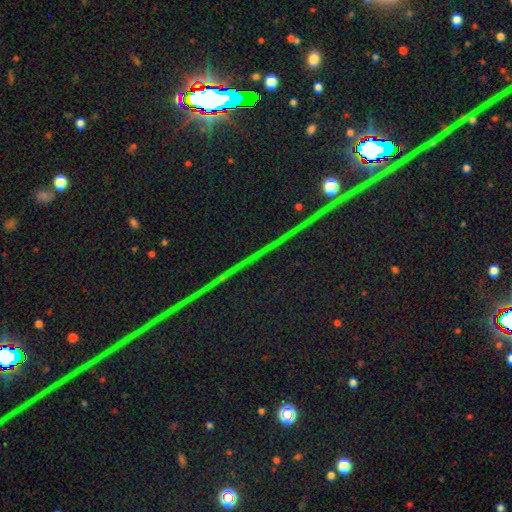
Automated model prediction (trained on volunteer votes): Overall: star or artifact (89%).